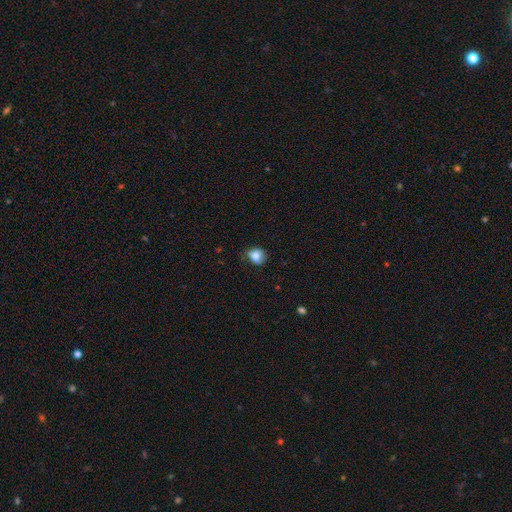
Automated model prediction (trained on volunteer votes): Smooth or featured?
  - smooth: 79% *
  - featured or disk: 12%
  - star or artifact: 9%
How rounded?
  - round: 62% *
  - in between: 37%
  - cigar-shaped: 1%
Merging?
  - none: 58% *
  - minor disturbance: 31%
  - major disturbance: 9%
  - merger: 2%